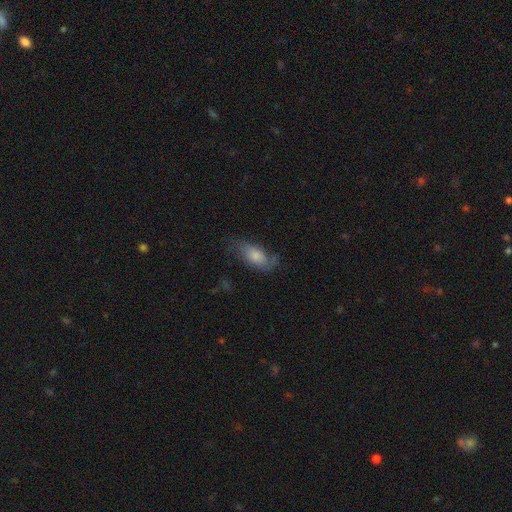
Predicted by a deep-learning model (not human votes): A smooth galaxy with no disk features (56%) that is in between round and cigar-shaped (86%). Merging: none (53%).